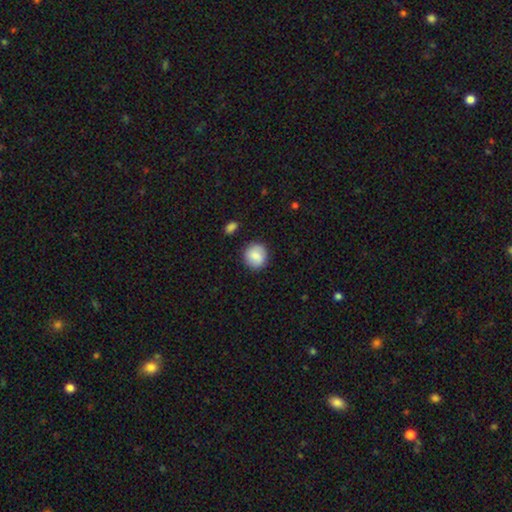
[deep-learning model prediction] A smooth galaxy with no disk features (84%) that is round (89%). Merging: none (86%).